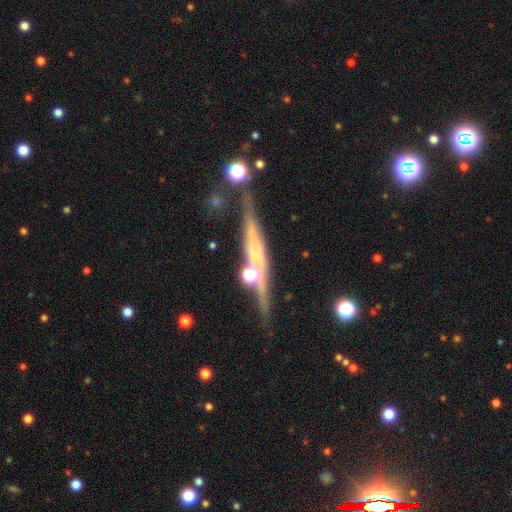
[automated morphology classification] smooth-or-featured: featured or disk: 75% | smooth: 16% | star or artifact: 9%
  disk-edge-on: yes: 93% | no: 7%
    edge-on-bulge: rounded: 49% | none: 31% | boxy: 20%
  merging: none: 72% | minor disturbance: 15% | merger: 7% | major disturbance: 6%